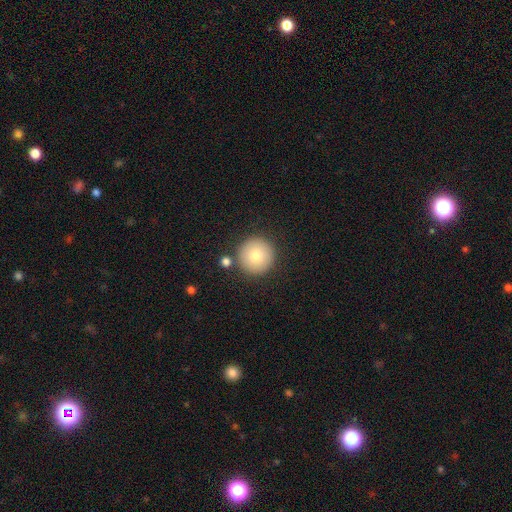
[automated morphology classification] Smooth or featured? smooth (79%)
How rounded? round (96%)
Merging? none (85%)